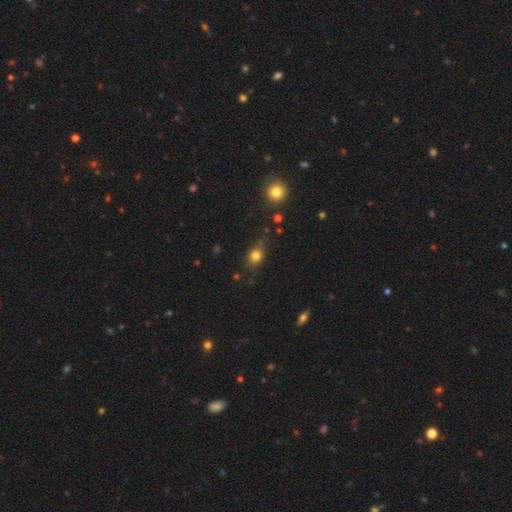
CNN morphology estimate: The model was most divided on "how rounded": in between: 50%, round: 47%, cigar-shaped: 2%. More confident: smooth or featured — smooth (79%); merging — none (72%).